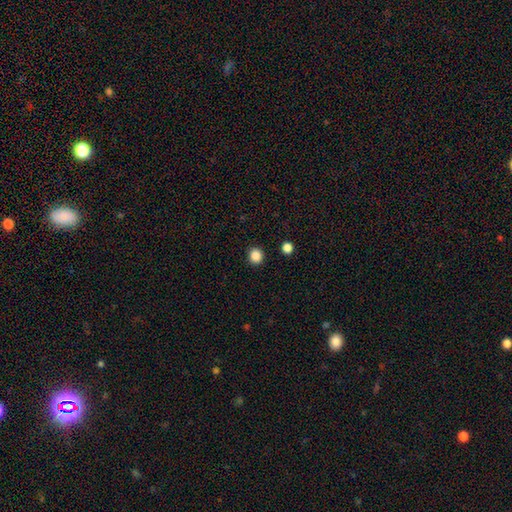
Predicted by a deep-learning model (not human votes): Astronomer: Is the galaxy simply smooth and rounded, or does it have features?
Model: smooth — 87%.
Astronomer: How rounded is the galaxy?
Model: round — 85%.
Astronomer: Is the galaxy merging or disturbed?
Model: none — 91%.